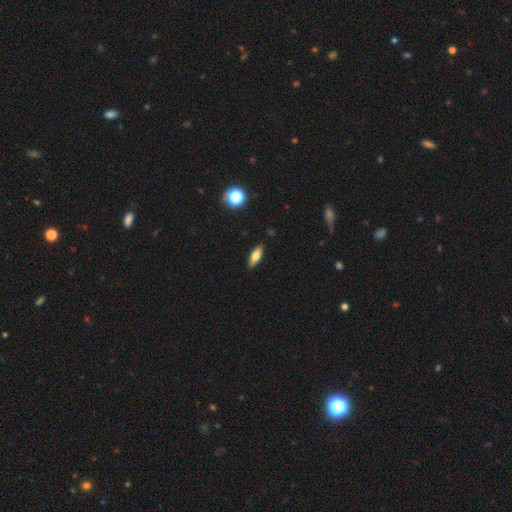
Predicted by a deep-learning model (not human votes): This is likely a smooth galaxy (61%). How rounded: likely in between (62%). Merging: clearly none (89%).